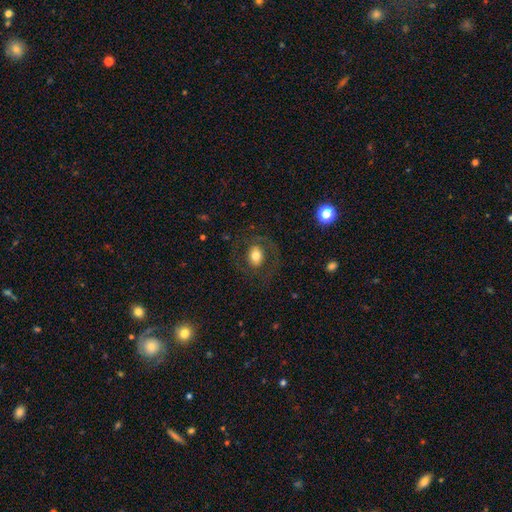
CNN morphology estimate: A smooth galaxy with no disk features (56%) that is round (51%).

Vote fractions:
- Smooth or featured? smooth: 56% / featured or disk: 35% / star or artifact: 9%
- How rounded? round: 51% / in between: 48% / cigar-shaped: 1%
- Merging? none: 75% / major disturbance: 12% / minor disturbance: 12% / merger: 1%